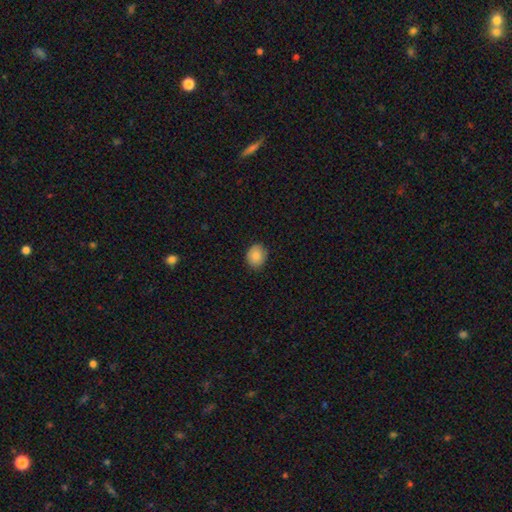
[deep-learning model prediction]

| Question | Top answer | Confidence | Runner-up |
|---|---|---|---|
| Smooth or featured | smooth | 87% | star or artifact (8%) |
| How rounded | round | 64% | in between (35%) |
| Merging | none | 86% | minor disturbance (11%) |